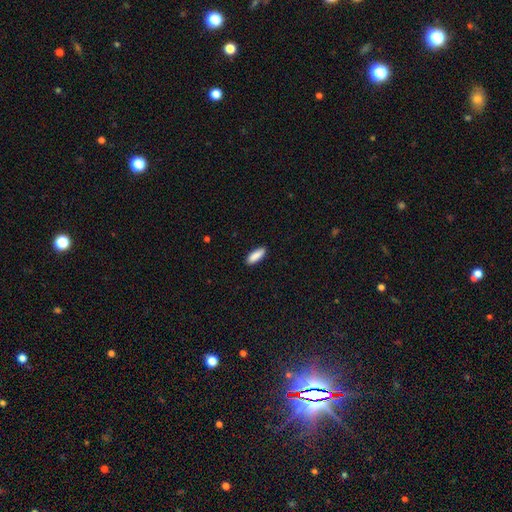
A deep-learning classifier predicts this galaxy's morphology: Smooth or featured?
  - smooth: 89% *
  - star or artifact: 6%
  - featured or disk: 5%
How rounded?
  - in between: 63% *
  - cigar-shaped: 36%
  - round: 2%
Merging?
  - none: 89% *
  - minor disturbance: 9%
  - major disturbance: 2%
  - merger: 1%